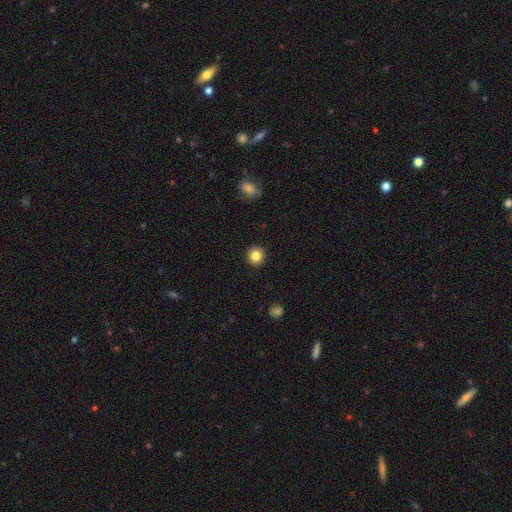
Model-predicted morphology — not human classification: Smooth or featured? smooth (85%)
How rounded? round (92%)
Merging? none (93%)